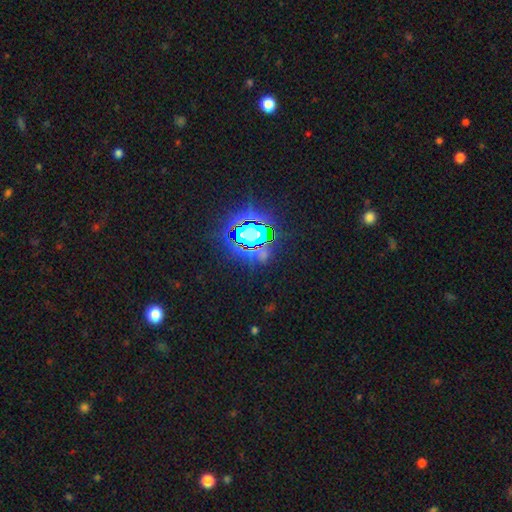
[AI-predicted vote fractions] star or artifact 79%, smooth 12%, featured or disk 9%.